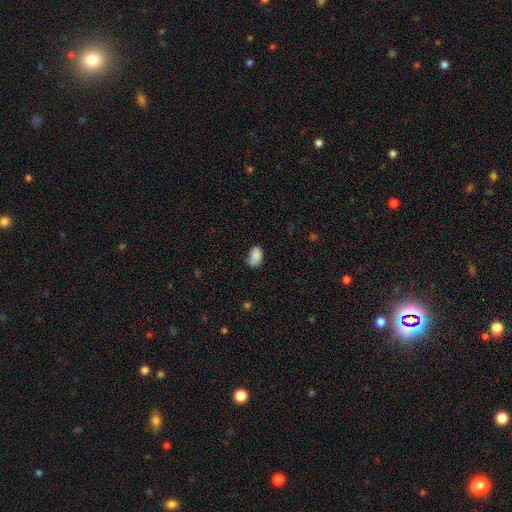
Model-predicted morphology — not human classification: Smooth or featured? smooth (84%)
How rounded? in between (89%)
Merging? none (58%)